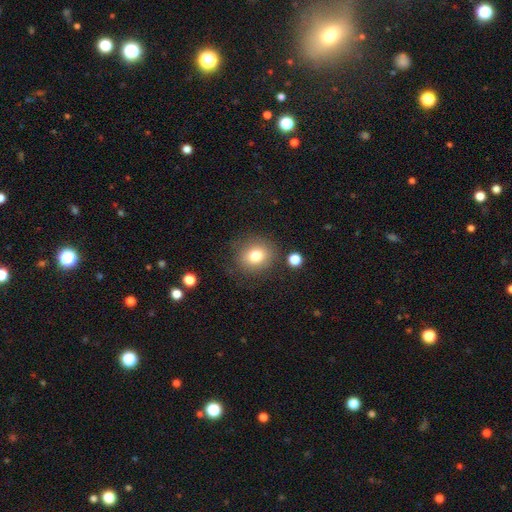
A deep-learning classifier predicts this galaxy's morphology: This appears to be a smooth galaxy with no disk features (78%) that is round (74%). Merging: none (80%).